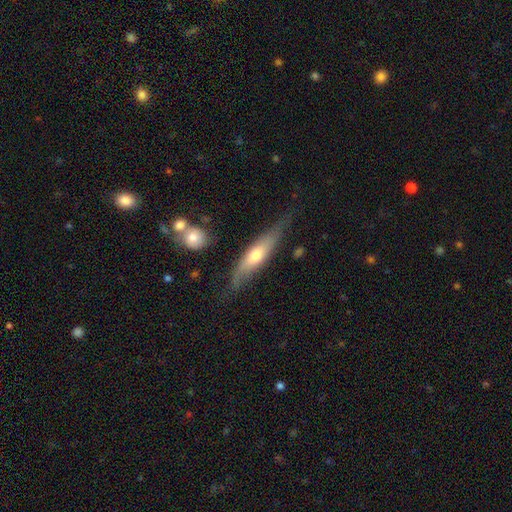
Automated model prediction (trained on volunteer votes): Overall: featured or disk (52%; smooth 42%). Edge-on disk: yes (75%). Merging: none (67%).